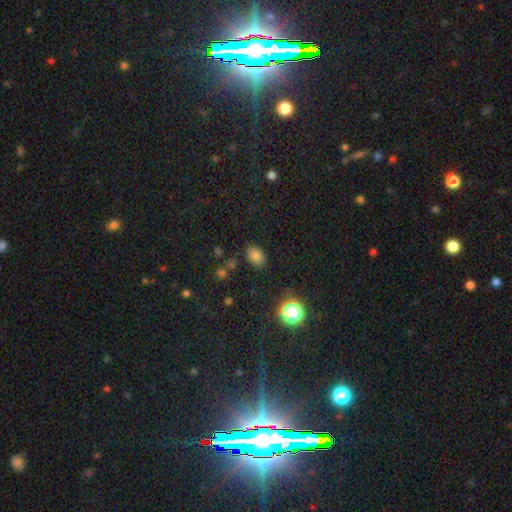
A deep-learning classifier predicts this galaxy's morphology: Smooth or featured? smooth (76%)
How rounded? in between (82%)
Merging? none (81%)